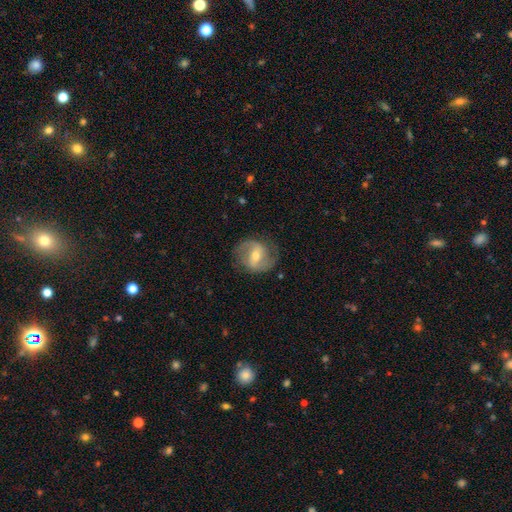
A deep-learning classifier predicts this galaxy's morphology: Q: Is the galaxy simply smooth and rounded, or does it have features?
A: featured or disk — 75%.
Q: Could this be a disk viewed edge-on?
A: no — 97%.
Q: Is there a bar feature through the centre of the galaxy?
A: weak — 47%.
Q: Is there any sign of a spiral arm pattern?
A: yes — 87%.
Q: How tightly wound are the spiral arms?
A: medium — 50%.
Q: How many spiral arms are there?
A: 2 — 88%.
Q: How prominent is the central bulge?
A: moderate — 59%.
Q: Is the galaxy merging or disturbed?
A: none — 76%.